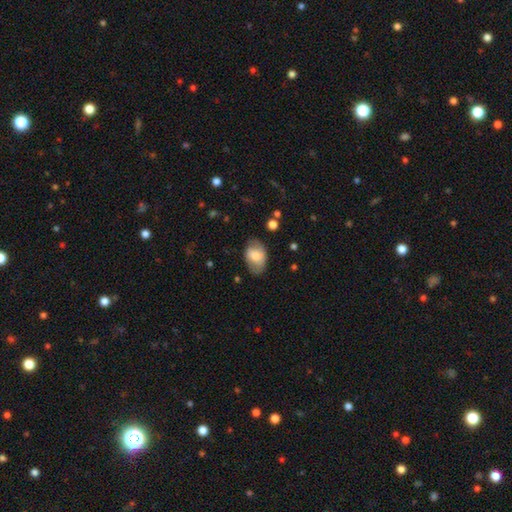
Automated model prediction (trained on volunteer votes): Smooth or featured? smooth (64%)
How rounded? in between (85%)
Merging? none (71%)